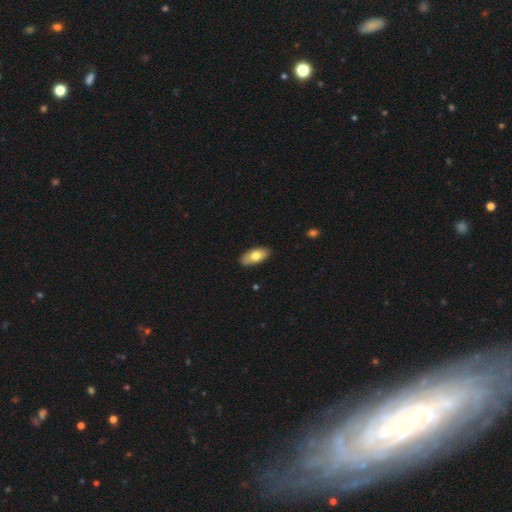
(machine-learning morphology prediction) smooth 75%, featured or disk 19%, star or artifact 6%. Down the decision tree: how rounded — in between (90%); merging — none (85%).